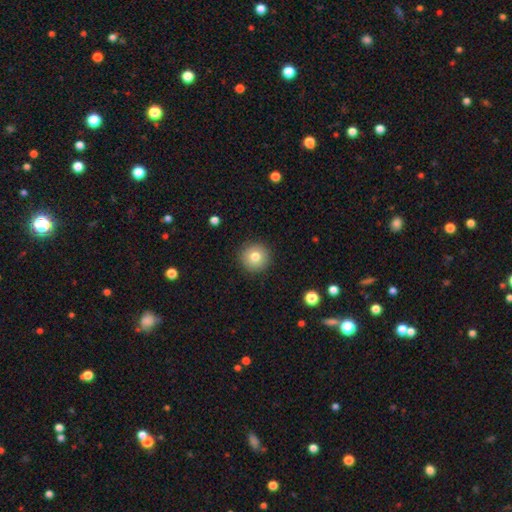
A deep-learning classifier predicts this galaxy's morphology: smooth_or_featured: smooth (p=0.79) [alt: featured or disk p=0.11]
how_rounded: round (p=0.95) [alt: in between p=0.04]
merging: none (p=0.92) [alt: minor disturbance p=0.05]